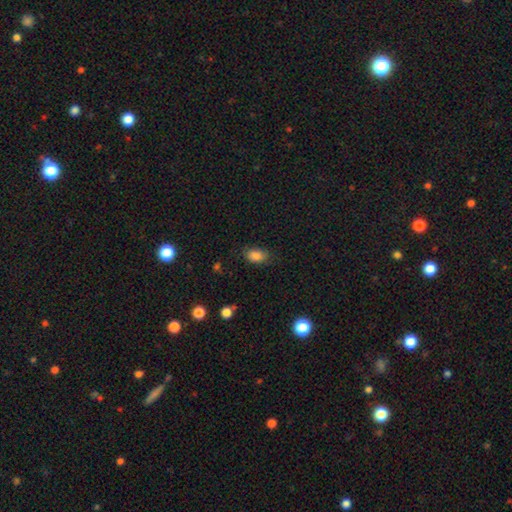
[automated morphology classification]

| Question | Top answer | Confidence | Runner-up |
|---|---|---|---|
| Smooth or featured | smooth | 85% | star or artifact (9%) |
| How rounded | in between | 85% | round (13%) |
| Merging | none | 72% | minor disturbance (21%) |